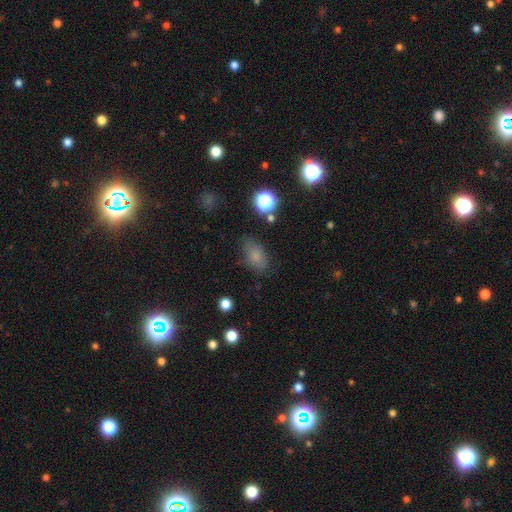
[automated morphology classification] Q: Smooth or featured?
A: smooth (76%); runner-up: star or artifact (14%)
Q: How rounded?
A: in between (85%); runner-up: round (13%)
Q: Merging?
A: none (71%); runner-up: minor disturbance (20%)